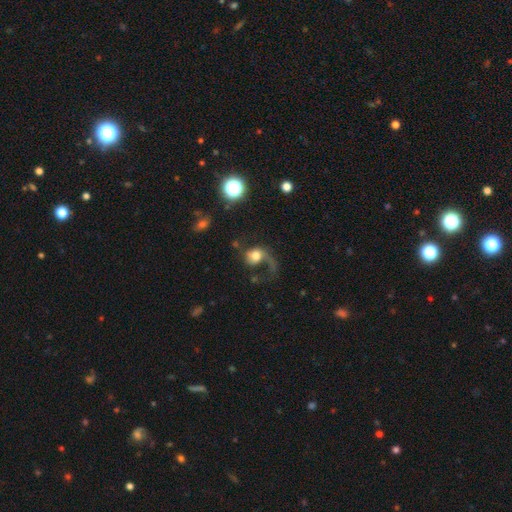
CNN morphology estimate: smooth-or-featured: featured or disk: 46% | smooth: 43% | star or artifact: 11%
  merging: major disturbance: 53% | none: 27% | minor disturbance: 14% | merger: 5%